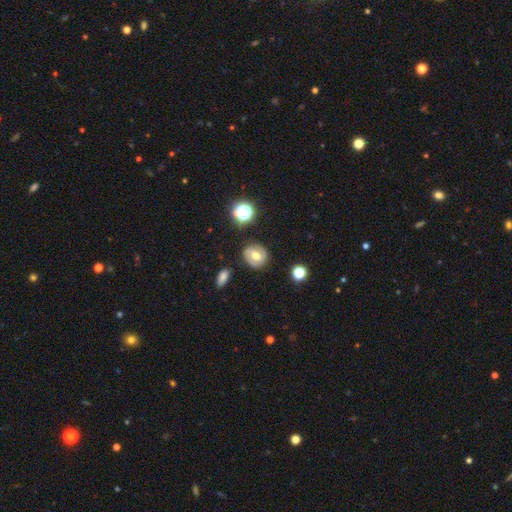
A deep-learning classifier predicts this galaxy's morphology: Smooth or featured: smooth — 52% (featured or disk — 35%)
How rounded: round — 81% (in between — 18%)
Merging: none — 81% (minor disturbance — 12%)